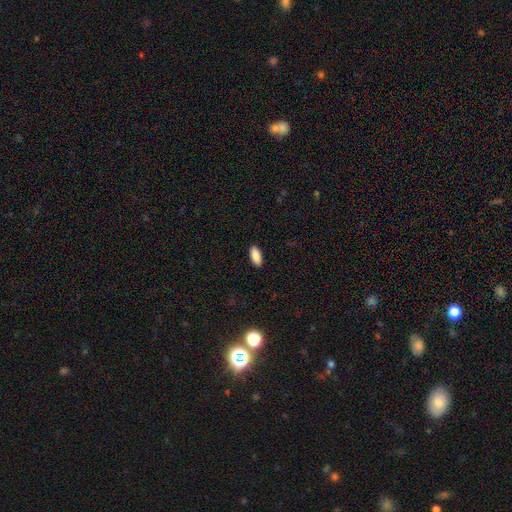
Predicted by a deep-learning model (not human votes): Smooth or featured?
  - smooth: 89% *
  - star or artifact: 7%
  - featured or disk: 4%
How rounded?
  - in between: 86% *
  - cigar-shaped: 12%
  - round: 2%
Merging?
  - none: 90% *
  - minor disturbance: 7%
  - major disturbance: 2%
  - merger: 1%